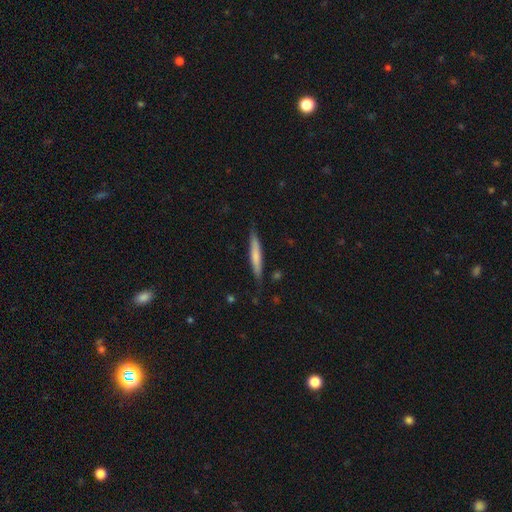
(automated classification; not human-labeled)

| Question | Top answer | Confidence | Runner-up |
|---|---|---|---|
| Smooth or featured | smooth | 65% | featured or disk (29%) |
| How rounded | cigar-shaped | 94% | in between (5%) |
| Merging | none | 83% | minor disturbance (13%) |